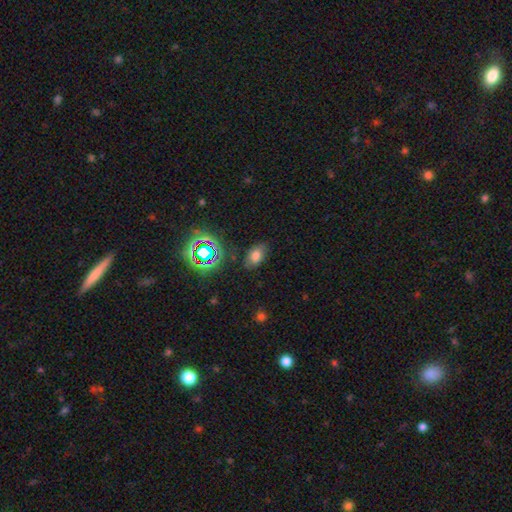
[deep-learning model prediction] smooth 70%, star or artifact 20%, featured or disk 11%. Down the decision tree: how rounded — in between (87%); merging — none (79%).